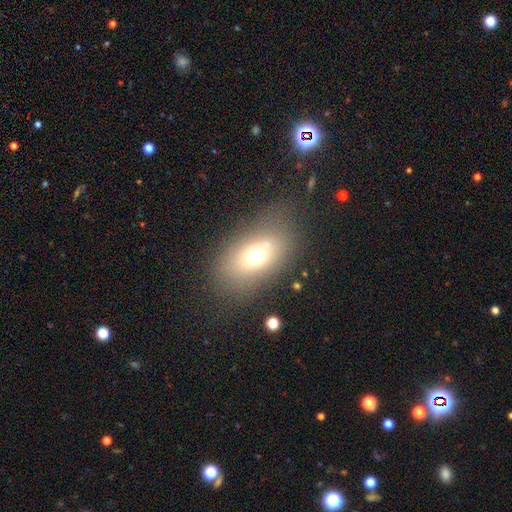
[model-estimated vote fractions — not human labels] smooth-or-featured: smooth: 64% | featured or disk: 19% | star or artifact: 17%
  how-rounded: in between: 77% | round: 20% | cigar-shaped: 3%
  merging: none: 75% | minor disturbance: 13% | major disturbance: 10% | merger: 2%